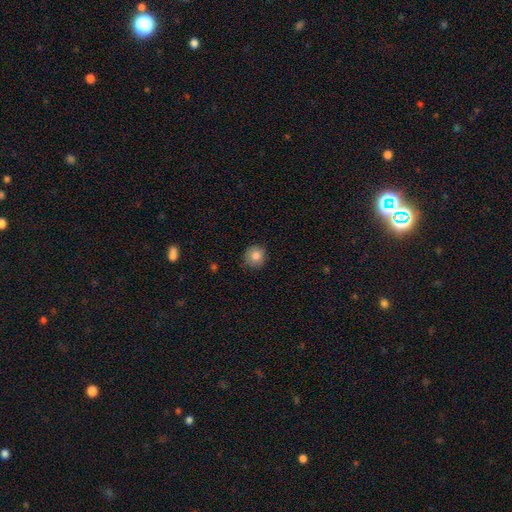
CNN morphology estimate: smooth 83%, star or artifact 9%, featured or disk 8%. Down the decision tree: how rounded — round (87%); merging — none (83%).